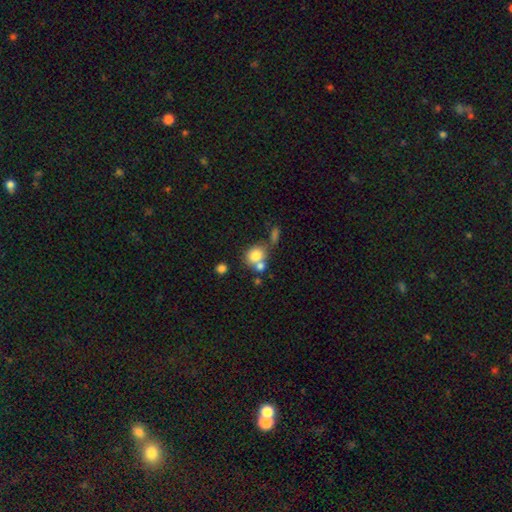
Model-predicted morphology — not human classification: smooth-or-featured: smooth: 77% | featured or disk: 13% | star or artifact: 10%
  how-rounded: round: 68% | in between: 31% | cigar-shaped: 1%
  merging: none: 43% | merger: 41% | minor disturbance: 11% | major disturbance: 6%